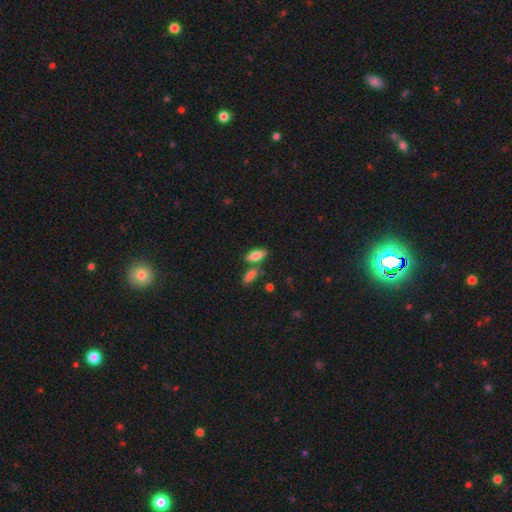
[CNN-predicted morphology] smooth-or-featured: smooth: 75% | featured or disk: 18% | star or artifact: 7%
  how-rounded: in between: 75% | cigar-shaped: 22% | round: 3%
  merging: none: 67% | merger: 18% | minor disturbance: 12% | major disturbance: 3%